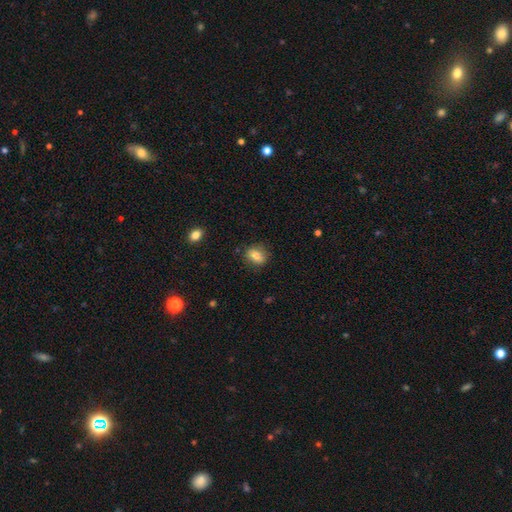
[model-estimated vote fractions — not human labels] Overall: smooth (79%). How rounded: in between (58%; round 41%). Merging: none (81%).